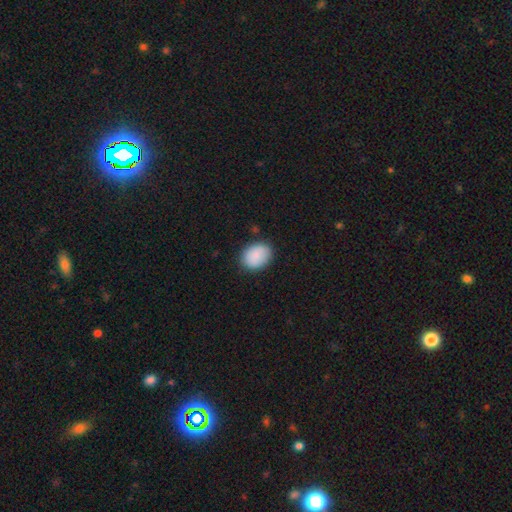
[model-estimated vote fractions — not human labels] Smooth or featured?
  - smooth: 87% *
  - star or artifact: 7%
  - featured or disk: 6%
How rounded?
  - in between: 65% *
  - round: 35%
  - cigar-shaped: 1%
Merging?
  - none: 82% *
  - minor disturbance: 13%
  - major disturbance: 3%
  - merger: 1%